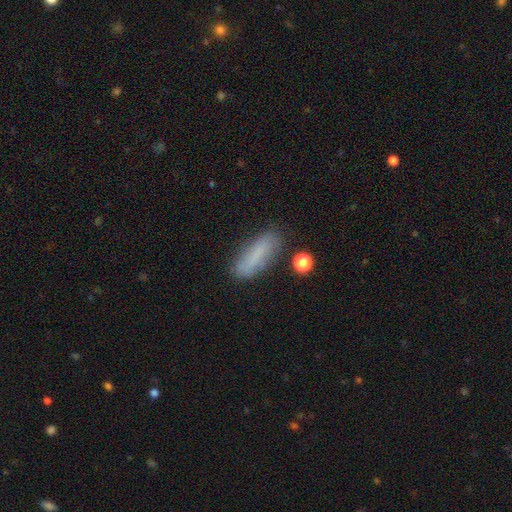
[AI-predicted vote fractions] A smooth galaxy with no disk features (75%) that is cigar-shaped (52%).

Vote fractions:
- Smooth or featured? smooth: 75% / featured or disk: 16% / star or artifact: 10%
- How rounded? cigar-shaped: 52% / in between: 46% / round: 2%
- Merging? none: 71% / minor disturbance: 19% / major disturbance: 6% / merger: 5%